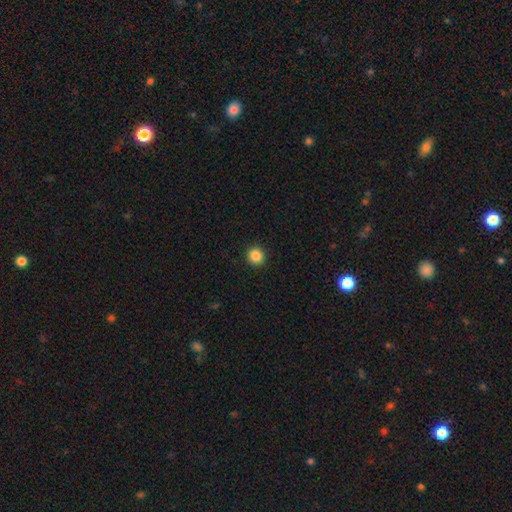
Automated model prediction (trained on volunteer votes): Morphology: type=smooth (87%); roundness=round (93%); merging=none (93%).